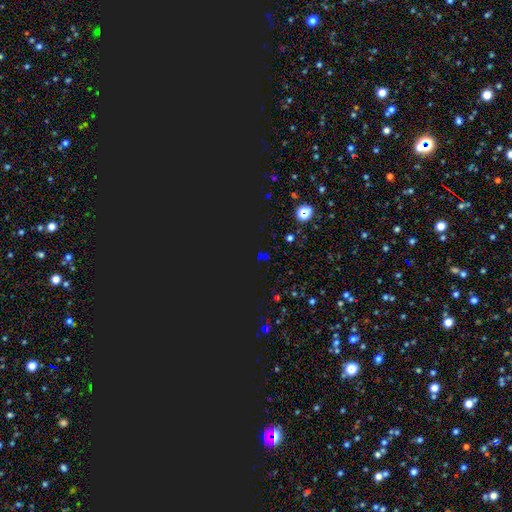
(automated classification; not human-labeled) A star or artifact, not a galaxy (74%).